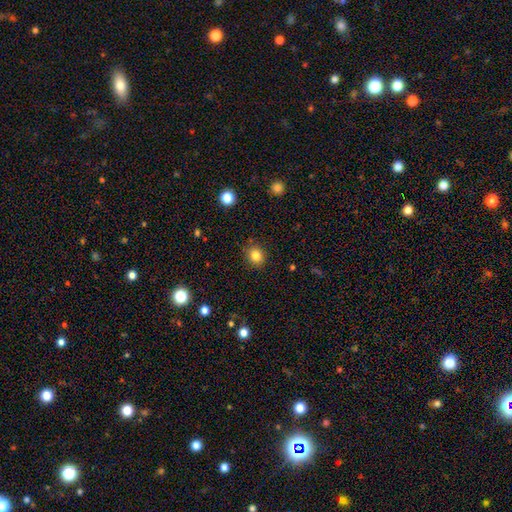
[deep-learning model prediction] This appears to be a smooth galaxy with no disk features (82%) that is round (78%). Merging: none (89%).